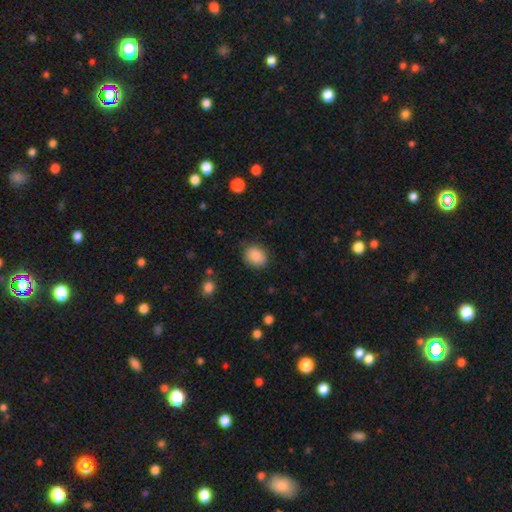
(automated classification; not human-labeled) Smooth or featured? Predicted: smooth (p=0.88). How rounded? Predicted: round (p=0.54). Merging? Predicted: none (p=0.84).